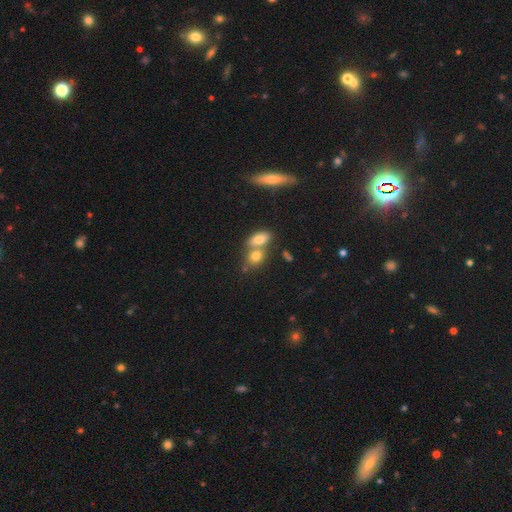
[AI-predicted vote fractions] smooth-or-featured: smooth: 75% | featured or disk: 15% | star or artifact: 10%
  how-rounded: in between: 57% | round: 39% | cigar-shaped: 4%
  merging: merger: 52% | none: 36% | minor disturbance: 8% | major disturbance: 3%